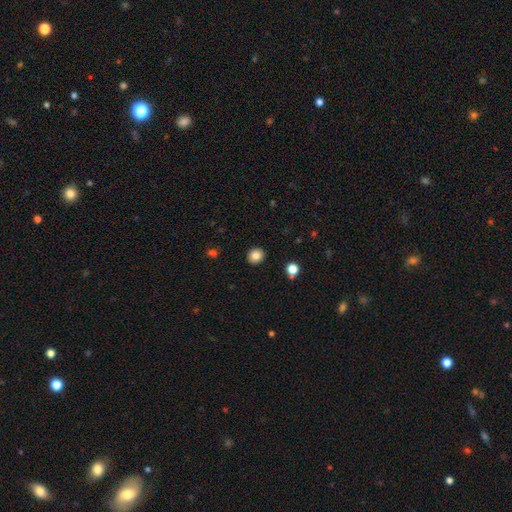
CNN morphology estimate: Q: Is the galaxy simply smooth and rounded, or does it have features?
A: smooth — 82%.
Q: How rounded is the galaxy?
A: round — 87%.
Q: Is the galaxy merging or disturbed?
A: none — 92%.